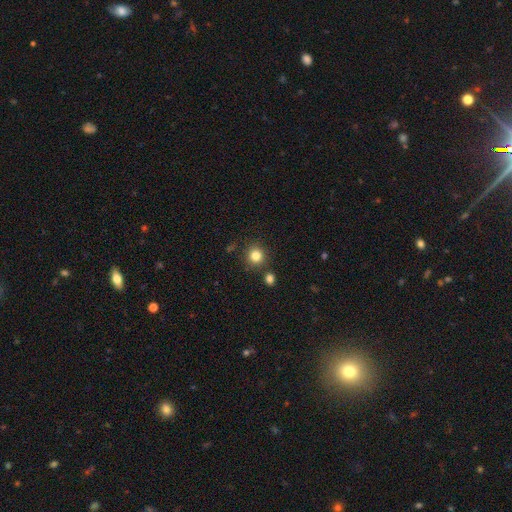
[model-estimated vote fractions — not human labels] Morphology: type=smooth (83%); roundness=round (91%); merging=none (83%).